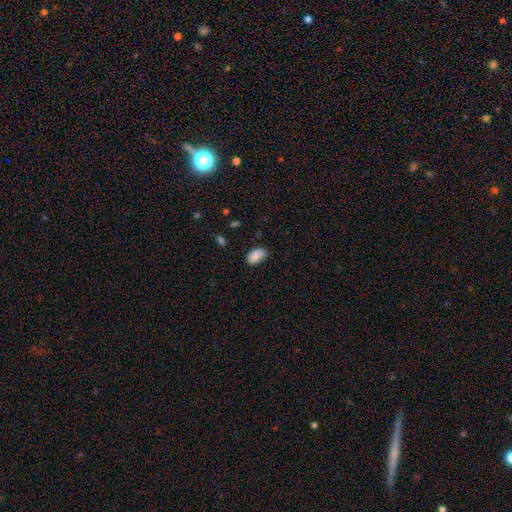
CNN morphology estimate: Smooth or featured? smooth (88%)
How rounded? in between (93%)
Merging? none (78%)